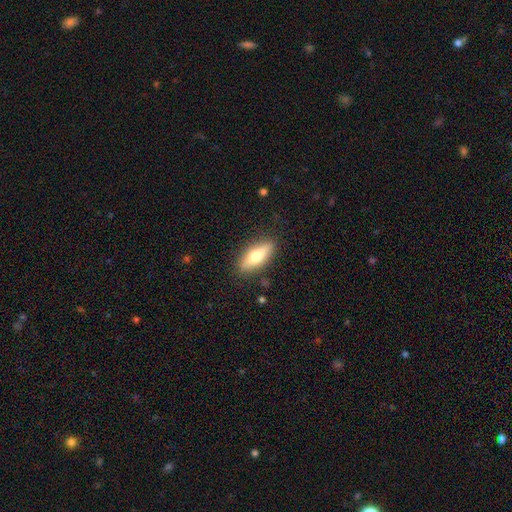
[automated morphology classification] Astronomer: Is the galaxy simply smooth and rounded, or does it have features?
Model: smooth — 60%.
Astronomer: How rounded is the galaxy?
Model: in between — 59% (runner-up: cigar-shaped, 38%).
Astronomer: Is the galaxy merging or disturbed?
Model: none — 86%.